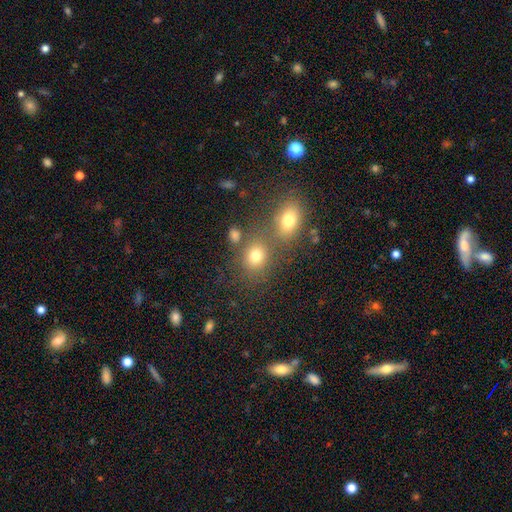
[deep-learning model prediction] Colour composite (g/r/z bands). It shows a smooth galaxy with no disk features (75%) that is round (58%). Merging: none (57%).